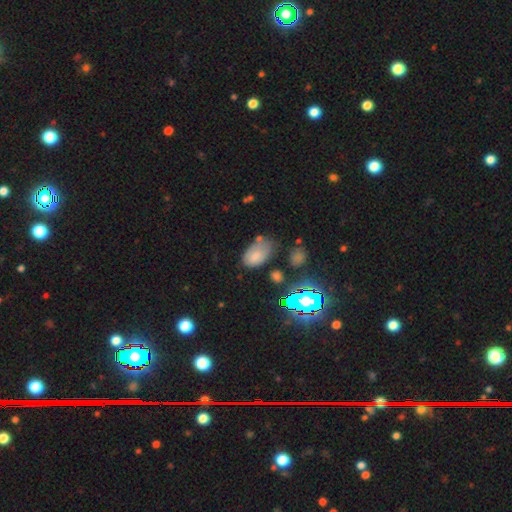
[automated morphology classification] type=smooth (68%); roundness=in between (91%); merging=none (48%).